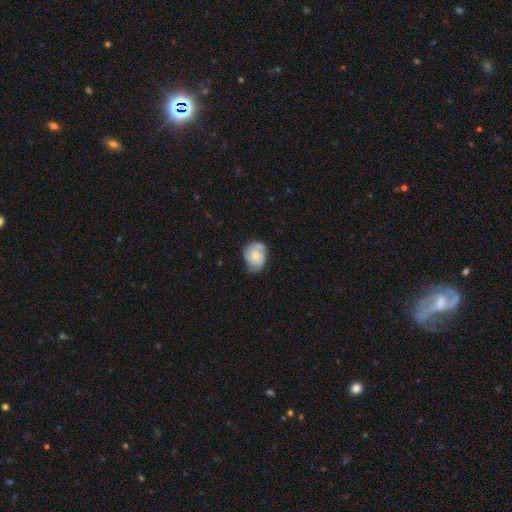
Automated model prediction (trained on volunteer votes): This is possibly a featured or disk galaxy (52%). It is clearly not viewed edge-on (97%). Bar: clearly no (80%). Spiral arm pattern: likely yes (74%). Central bulge: possibly moderate (48%). Merging: possibly none (52%).